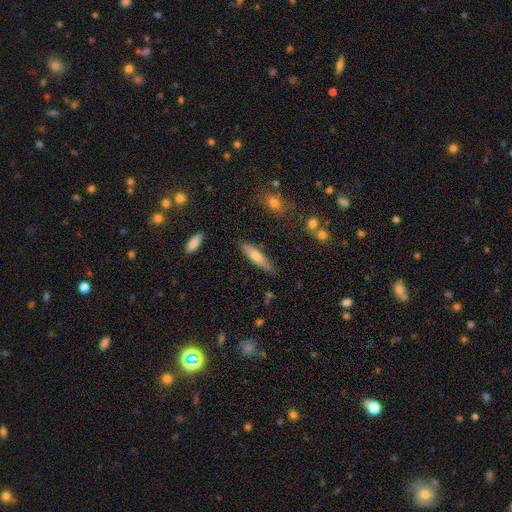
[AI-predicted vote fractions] smooth-or-featured: smooth: 66% | featured or disk: 27% | star or artifact: 7%
  how-rounded: cigar-shaped: 75% | in between: 23% | round: 2%
  merging: none: 81% | minor disturbance: 14% | major disturbance: 3% | merger: 3%